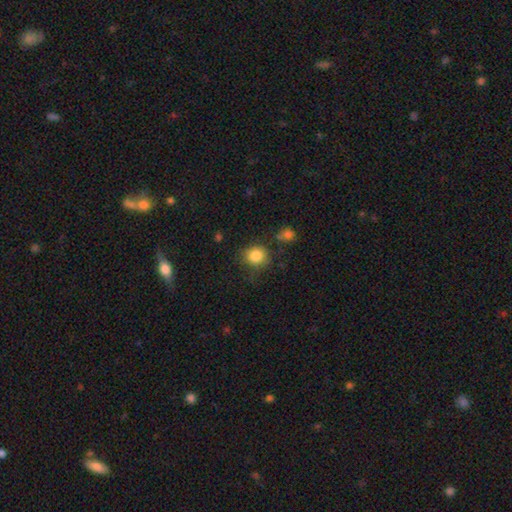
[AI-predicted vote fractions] Smooth or featured?
  - smooth: 84% *
  - star or artifact: 11%
  - featured or disk: 6%
How rounded?
  - round: 82% *
  - in between: 17%
  - cigar-shaped: 1%
Merging?
  - none: 78% *
  - minor disturbance: 14%
  - major disturbance: 4%
  - merger: 4%